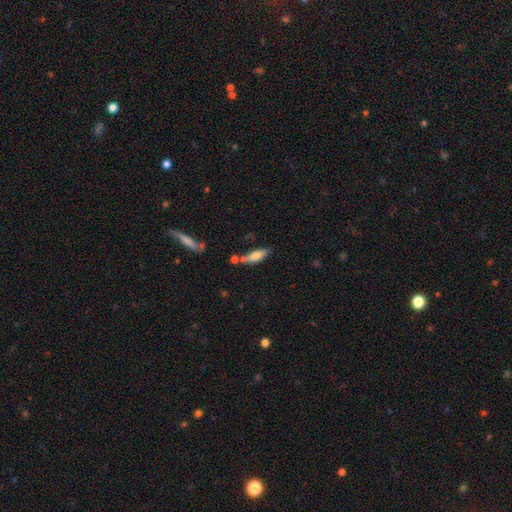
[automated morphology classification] The model was most divided on "how rounded": in between: 57%, cigar-shaped: 41%, round: 2%. More confident: smooth or featured — smooth (74%); merging — none (60%).